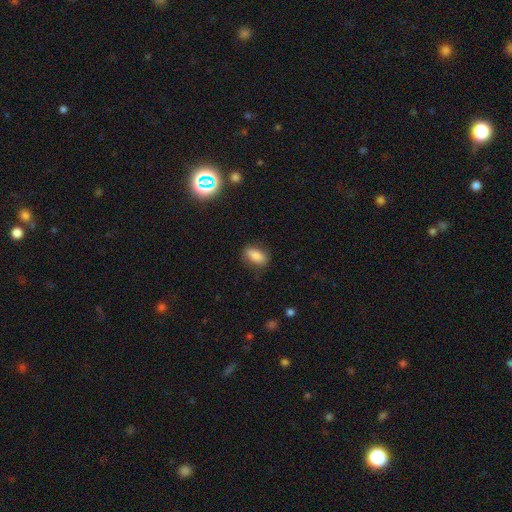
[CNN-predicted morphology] The model was most divided on "merging": none: 76%, minor disturbance: 18%, major disturbance: 5%, merger: 1%. More confident: how rounded — in between (86%); smooth or featured — smooth (82%).